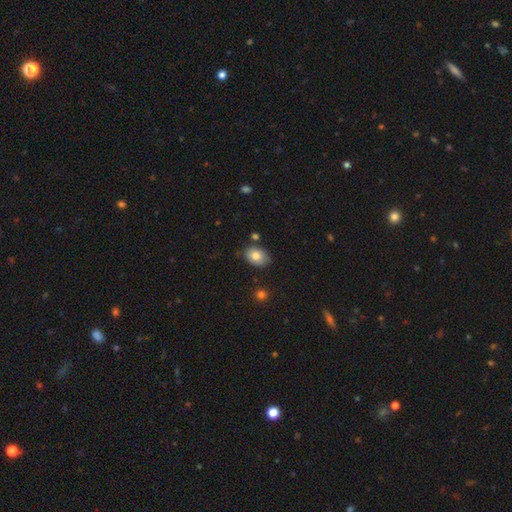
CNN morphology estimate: Q: Smooth or featured?
A: smooth (81%); runner-up: featured or disk (11%)
Q: How rounded?
A: in between (80%); runner-up: round (19%)
Q: Merging?
A: none (76%); runner-up: minor disturbance (17%)